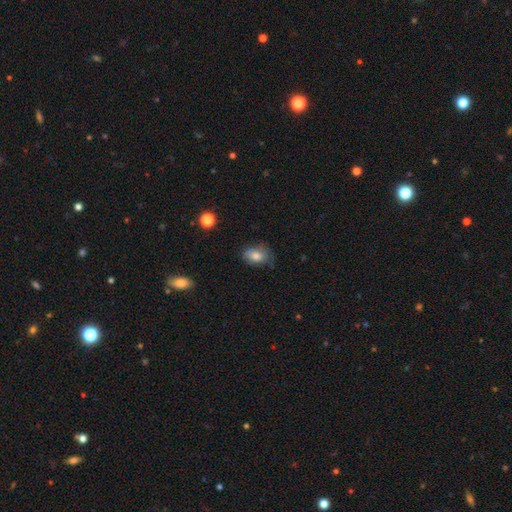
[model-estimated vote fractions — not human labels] smooth 79%, featured or disk 12%, star or artifact 9%. Down the decision tree: how rounded — in between (79%); merging — none (63%).